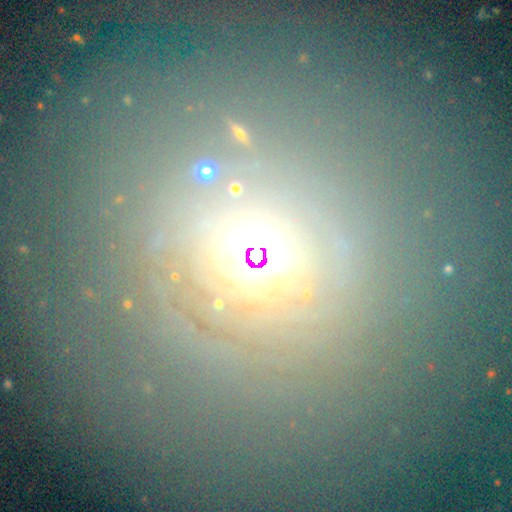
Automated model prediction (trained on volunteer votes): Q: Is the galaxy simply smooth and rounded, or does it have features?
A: featured or disk — 45%.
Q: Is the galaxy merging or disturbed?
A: none — 70%.